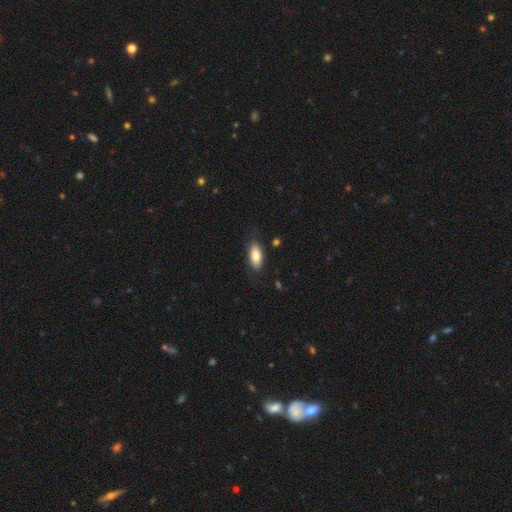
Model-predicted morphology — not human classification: Smooth or featured? Predicted: smooth (p=0.82). How rounded? Predicted: in between (p=0.81). Merging? Predicted: none (p=0.82).